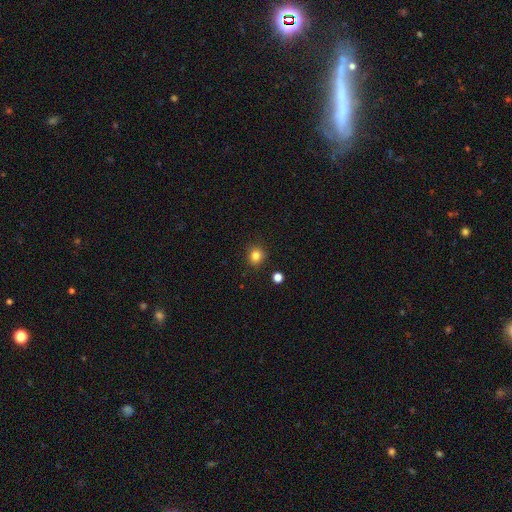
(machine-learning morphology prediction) The model was most divided on "smooth or featured": smooth: 82%, star or artifact: 13%, featured or disk: 5%. More confident: merging — none (88%); how rounded — round (86%).